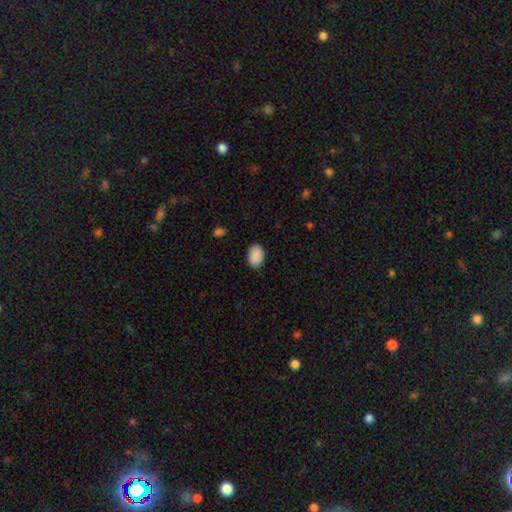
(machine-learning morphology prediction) A smooth galaxy with no disk features (91%) that is in between round and cigar-shaped (84%). Merging: none (84%).